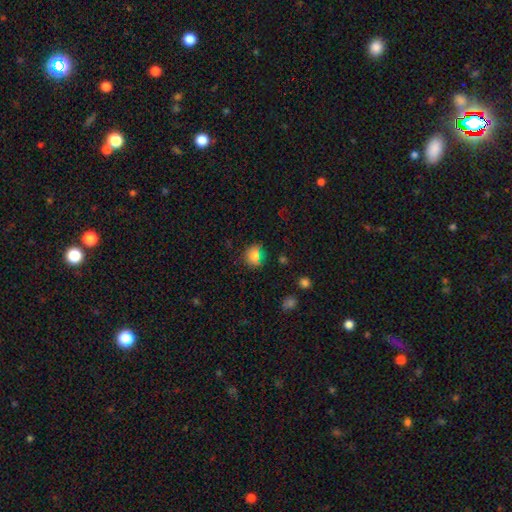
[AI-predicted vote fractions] smooth-or-featured: smooth: 76% | star or artifact: 17% | featured or disk: 7%
  how-rounded: round: 77% | in between: 22% | cigar-shaped: 1%
  merging: none: 80% | minor disturbance: 14% | major disturbance: 4% | merger: 2%